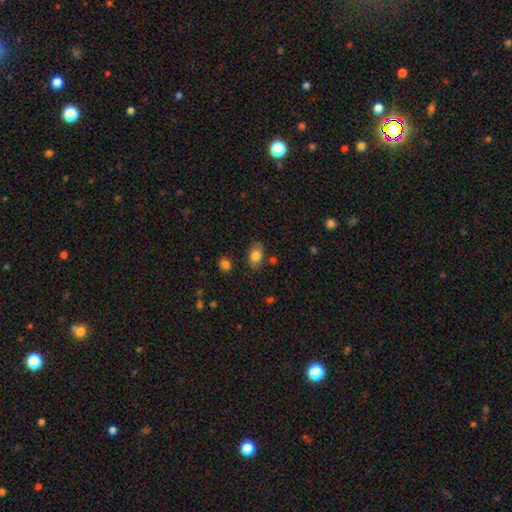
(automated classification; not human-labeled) smooth 79%, featured or disk 12%, star or artifact 8%. Down the decision tree: how rounded — in between (84%); merging — none (78%).